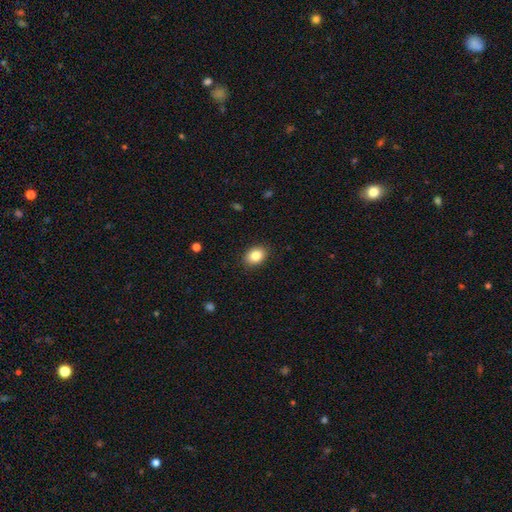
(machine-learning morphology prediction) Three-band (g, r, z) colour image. It shows a smooth galaxy with no disk features (85%) that is in between round and cigar-shaped (68%). Merging: none (88%).